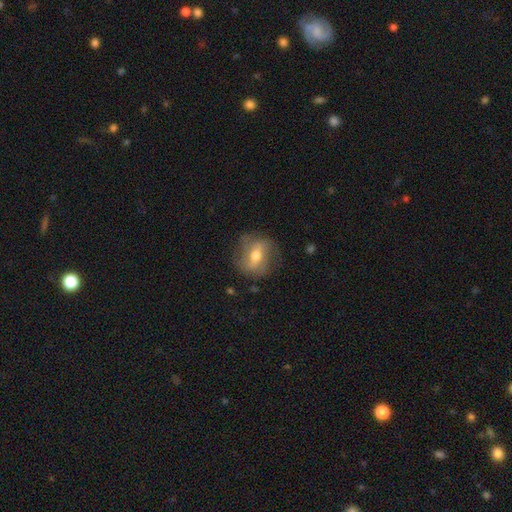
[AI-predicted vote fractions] This is possibly a featured or disk galaxy (55%). It is clearly not viewed edge-on (90%). Merging: likely none (71%).